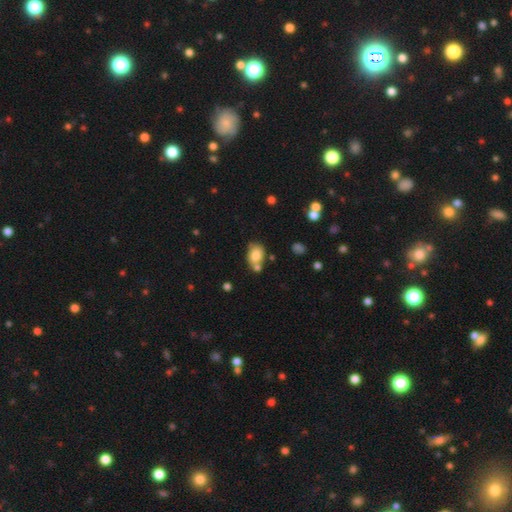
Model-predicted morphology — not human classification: Smooth or featured: smooth — 81% (featured or disk — 11%)
How rounded: in between — 70% (round — 29%)
Merging: none — 53% (merger — 25%)